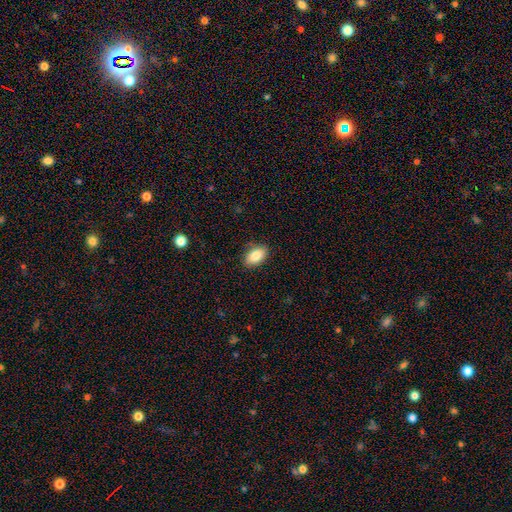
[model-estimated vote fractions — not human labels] smooth-or-featured: smooth: 84% | featured or disk: 9% | star or artifact: 7%
  how-rounded: in between: 90% | round: 8% | cigar-shaped: 2%
  merging: none: 83% | minor disturbance: 13% | major disturbance: 3% | merger: 1%